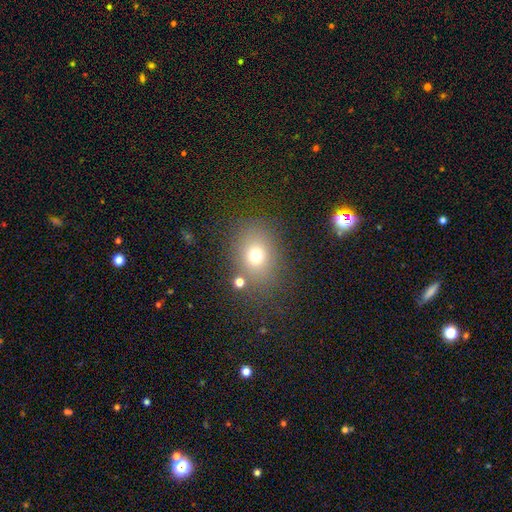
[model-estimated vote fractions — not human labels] smooth 71%, star or artifact 17%, featured or disk 12%. Down the decision tree: how rounded — round (52%); merging — none (76%).